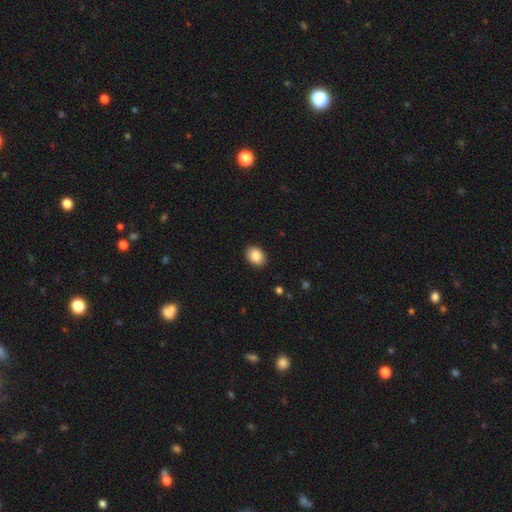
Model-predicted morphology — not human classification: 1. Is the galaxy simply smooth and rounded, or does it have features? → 87% smooth, 8% star or artifact, 6% featured or disk.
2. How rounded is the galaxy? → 72% in between, 27% round, 1% cigar-shaped.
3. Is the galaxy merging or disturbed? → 90% none, 7% minor disturbance, 2% major disturbance, 1% merger.